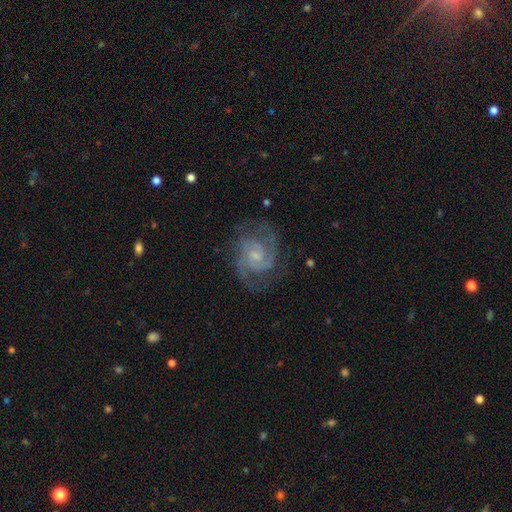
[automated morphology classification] type=featured or disk (90%); edge-on=no (98%); bar=no (49%); spiral arms=yes (98%); winding=medium (49%); arm count=2 (71%); bulge=small (58%); merging=none (74%).